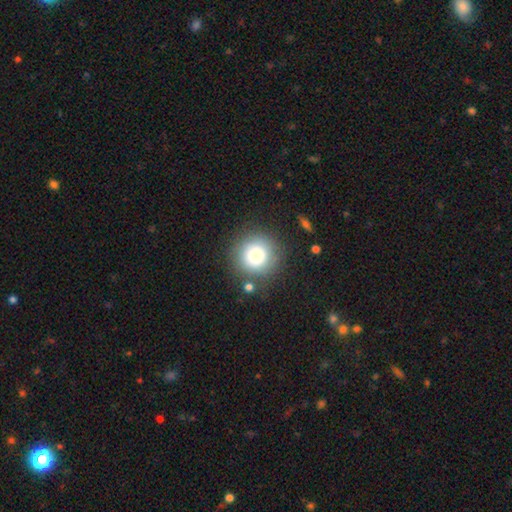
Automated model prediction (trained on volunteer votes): smooth_or_featured: smooth (p=0.76) [alt: featured or disk p=0.13]
how_rounded: round (p=0.94) [alt: in between p=0.05]
merging: none (p=0.80) [alt: minor disturbance p=0.11]